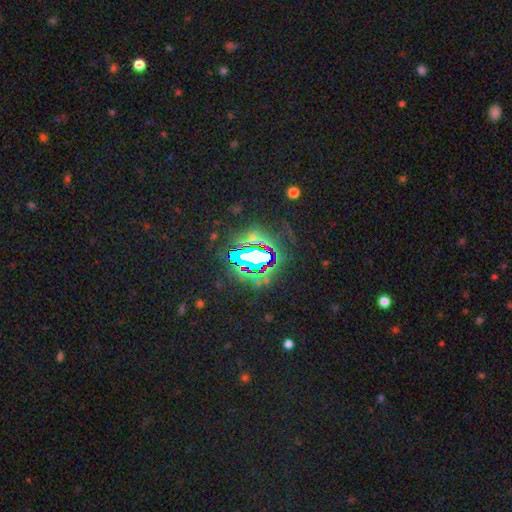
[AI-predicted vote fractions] smooth-or-featured: star or artifact: 73% | smooth: 14% | featured or disk: 13%